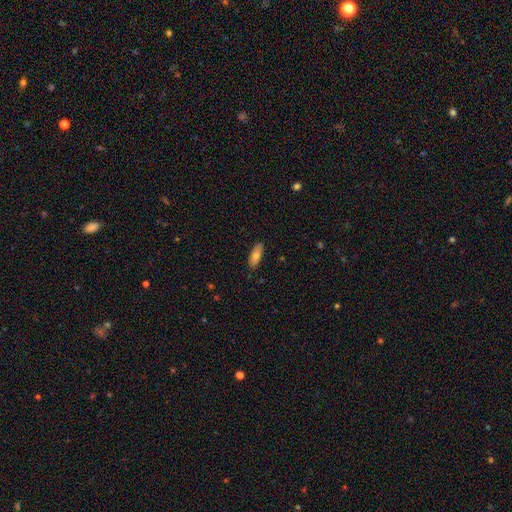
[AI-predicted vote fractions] A smooth galaxy with no disk features (72%) that is in between round and cigar-shaped (73%).

Vote fractions:
- Smooth or featured? smooth: 72% / featured or disk: 21% / star or artifact: 7%
- How rounded? in between: 73% / cigar-shaped: 25% / round: 2%
- Merging? none: 86% / minor disturbance: 11% / major disturbance: 2% / merger: 1%